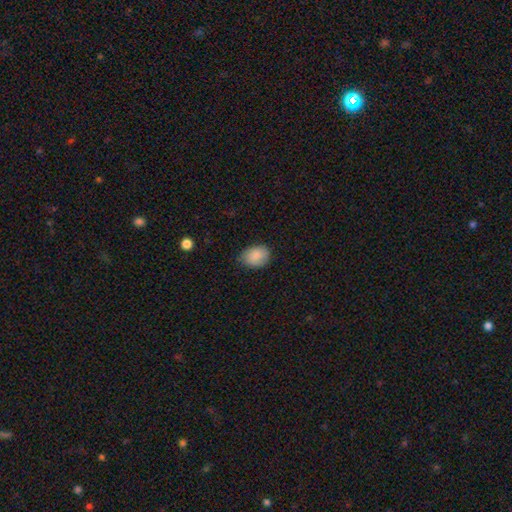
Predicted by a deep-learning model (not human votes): Smooth or featured? smooth (87%)
How rounded? in between (65%)
Merging? none (71%)